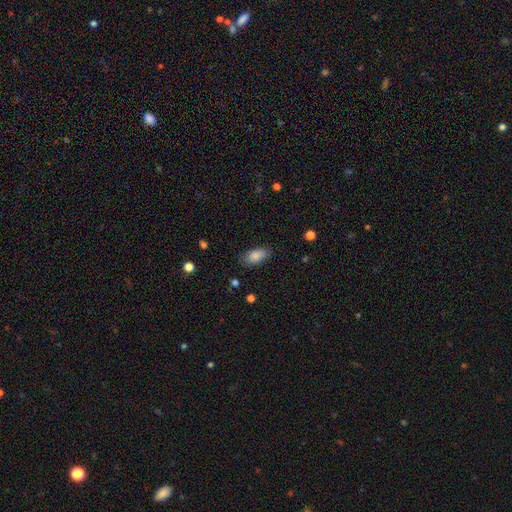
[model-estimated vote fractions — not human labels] Smooth or featured: smooth — 87% (star or artifact — 7%)
How rounded: in between — 91% (cigar-shaped — 6%)
Merging: none — 81% (minor disturbance — 14%)